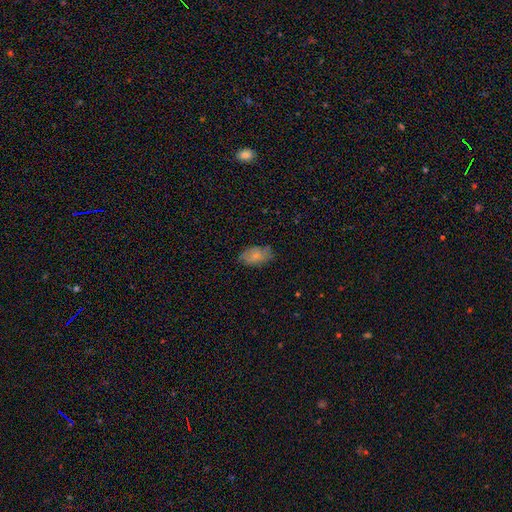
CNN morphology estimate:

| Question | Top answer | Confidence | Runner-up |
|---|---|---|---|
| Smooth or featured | smooth | 74% | featured or disk (19%) |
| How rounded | in between | 93% | round (5%) |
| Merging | none | 73% | minor disturbance (21%) |